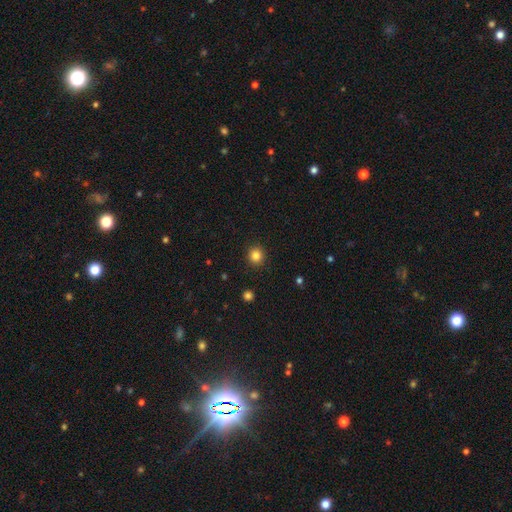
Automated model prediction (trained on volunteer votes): smooth_or_featured: smooth (p=0.83) [alt: star or artifact p=0.12]
how_rounded: round (p=0.92) [alt: in between p=0.07]
merging: none (p=0.92) [alt: minor disturbance p=0.05]